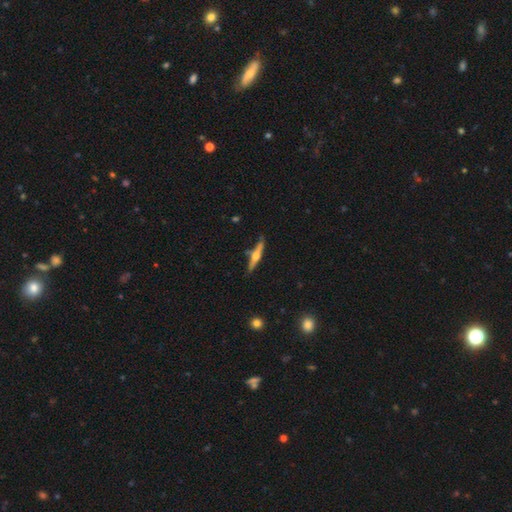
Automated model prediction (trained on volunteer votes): featured or disk 68%, smooth 26%, star or artifact 5%. Down the decision tree: edge-on disk — yes (97%); edge-on bulge — rounded (92%); merging — none (81%).